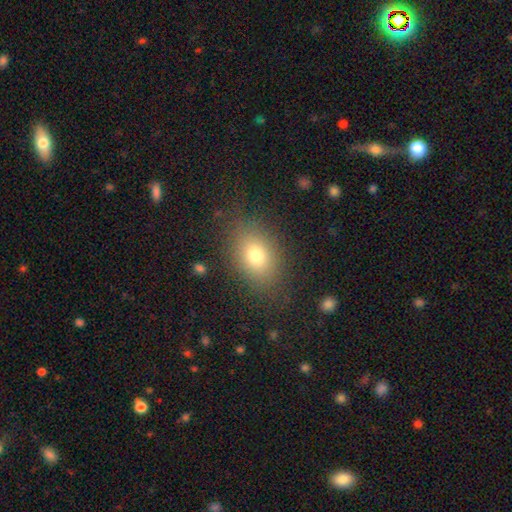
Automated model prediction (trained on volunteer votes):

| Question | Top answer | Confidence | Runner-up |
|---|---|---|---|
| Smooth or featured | smooth | 77% | featured or disk (12%) |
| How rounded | in between | 76% | round (22%) |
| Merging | none | 83% | minor disturbance (11%) |